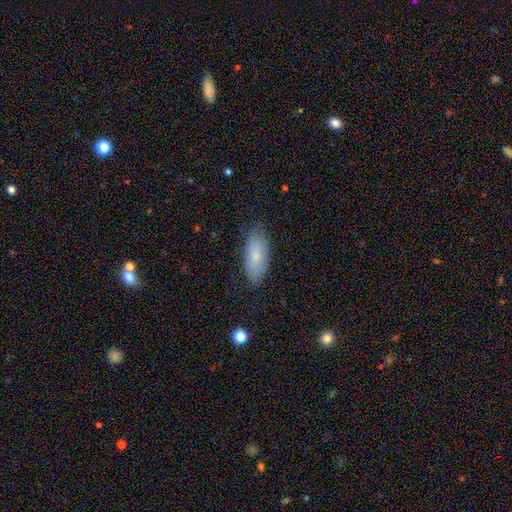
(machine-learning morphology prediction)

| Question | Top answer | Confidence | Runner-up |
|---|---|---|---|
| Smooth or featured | smooth | 76% | featured or disk (17%) |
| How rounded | in between | 84% | cigar-shaped (14%) |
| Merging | none | 80% | minor disturbance (15%) |